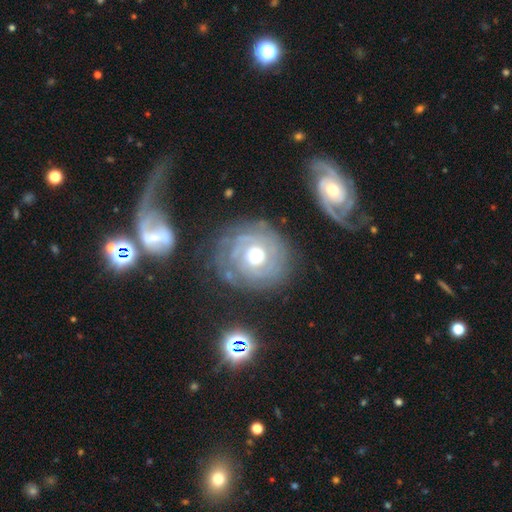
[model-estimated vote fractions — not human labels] This appears to be a featured or disk galaxy (80%) with no bar (79%), tight (77%) spiral arms (88%) and a moderate central bulge (74%). Merging: none (75%).